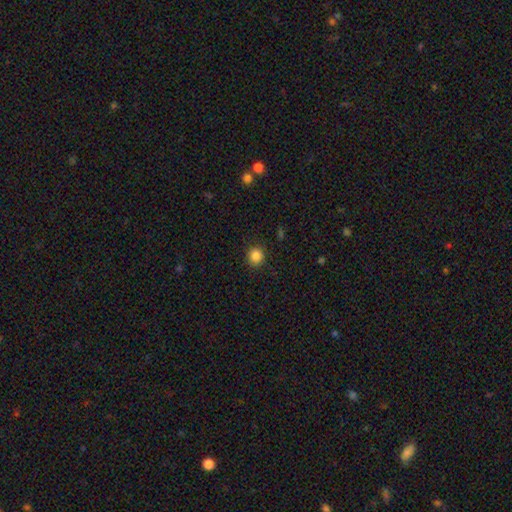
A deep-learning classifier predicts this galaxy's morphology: smooth 85%, star or artifact 11%, featured or disk 4%. Down the decision tree: how rounded — round (90%); merging — none (91%).